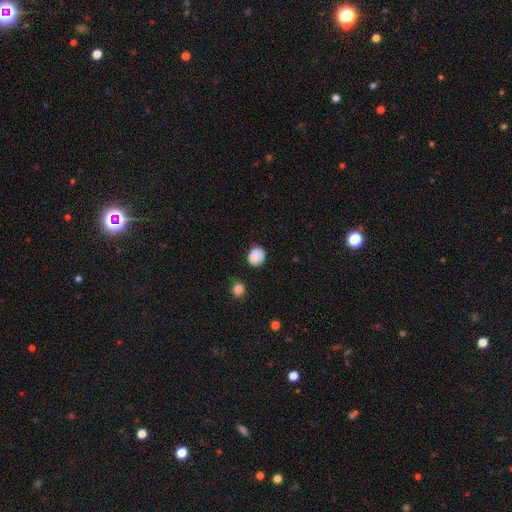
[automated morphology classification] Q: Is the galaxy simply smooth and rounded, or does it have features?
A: smooth — 86%.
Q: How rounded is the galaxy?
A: round — 66%.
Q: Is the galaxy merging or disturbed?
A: none — 77%.